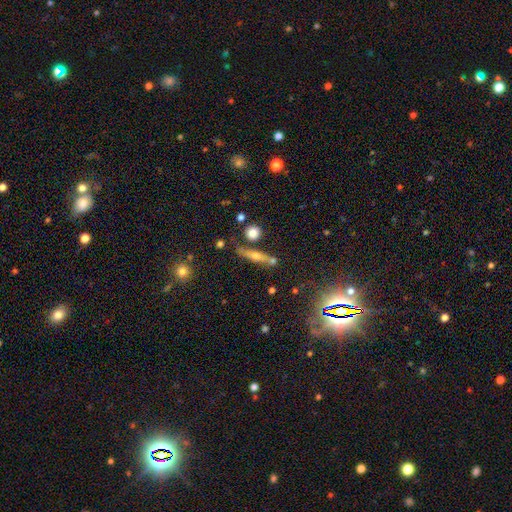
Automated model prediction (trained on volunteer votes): Smooth or featured? Predicted: featured or disk (p=0.48). Merging? Predicted: none (p=0.69).